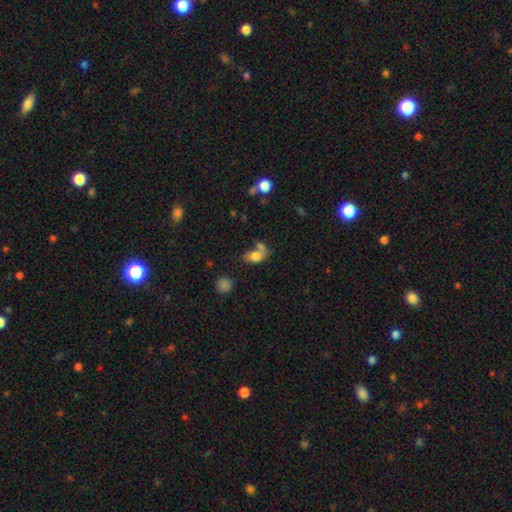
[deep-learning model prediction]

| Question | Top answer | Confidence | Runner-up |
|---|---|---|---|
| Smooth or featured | smooth | 77% | featured or disk (13%) |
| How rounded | in between | 85% | round (12%) |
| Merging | merger | 43% | none (34%) |